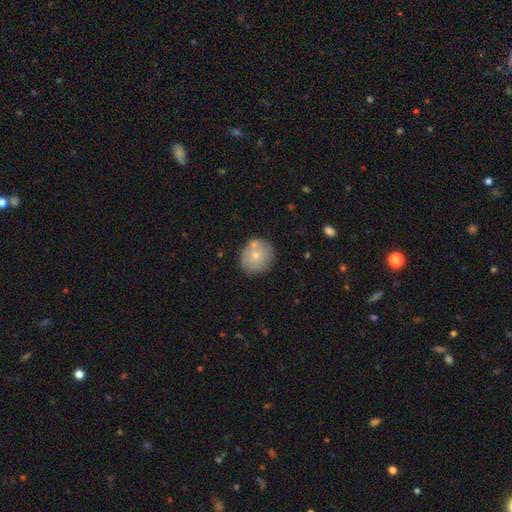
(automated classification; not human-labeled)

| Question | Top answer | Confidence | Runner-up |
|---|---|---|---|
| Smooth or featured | smooth | 71% | featured or disk (22%) |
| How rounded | round | 88% | in between (11%) |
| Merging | none | 70% | minor disturbance (14%) |